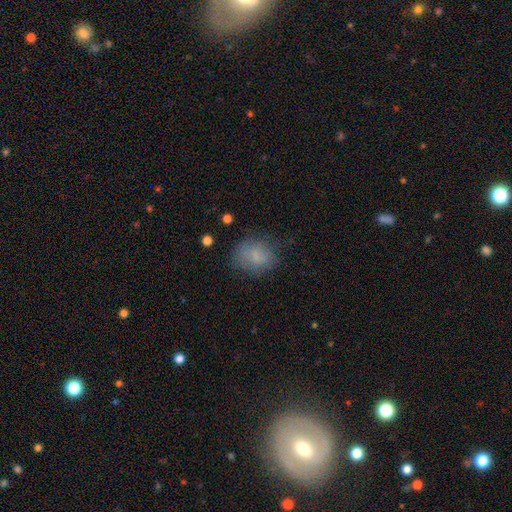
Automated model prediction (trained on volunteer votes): Smooth or featured?
  - smooth: 78% *
  - featured or disk: 12%
  - star or artifact: 10%
How rounded?
  - round: 53% *
  - in between: 46%
  - cigar-shaped: 1%
Merging?
  - none: 71% *
  - minor disturbance: 20%
  - major disturbance: 8%
  - merger: 2%